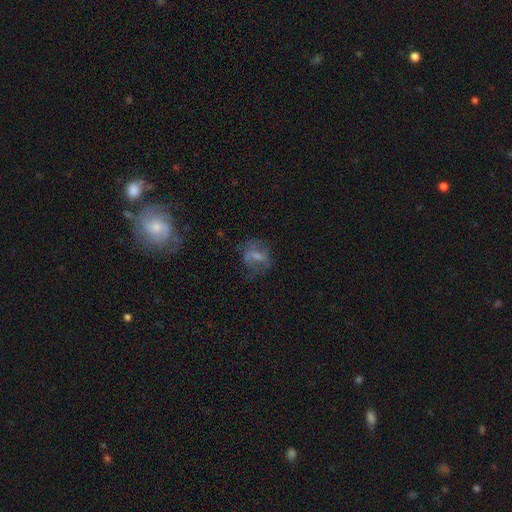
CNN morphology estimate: smooth_or_featured: featured or disk (p=0.44) [alt: smooth p=0.43]
merging: none (p=0.52) [alt: major disturbance p=0.24]